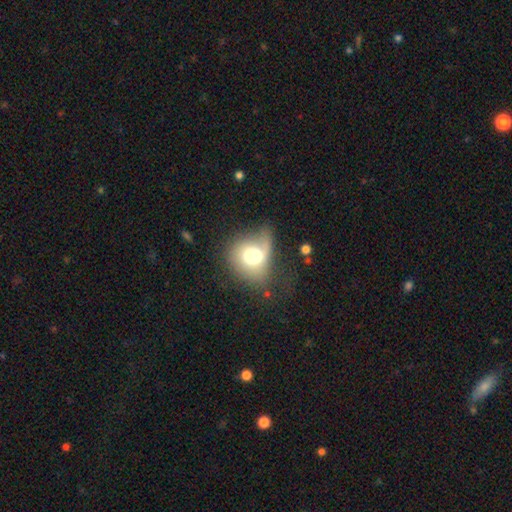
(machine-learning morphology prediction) smooth-or-featured: smooth: 62% | featured or disk: 28% | star or artifact: 10%
  how-rounded: round: 51% | in between: 48% | cigar-shaped: 1%
  merging: major disturbance: 31% | none: 28% | minor disturbance: 27% | merger: 15%